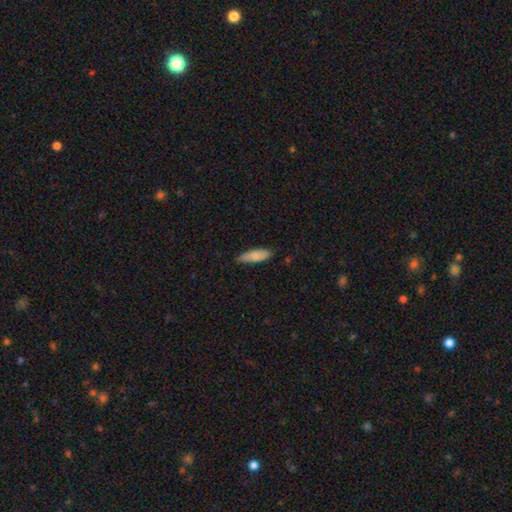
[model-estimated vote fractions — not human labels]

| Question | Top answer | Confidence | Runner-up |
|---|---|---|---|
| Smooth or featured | smooth | 83% | featured or disk (11%) |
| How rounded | in between | 52% | cigar-shaped (46%) |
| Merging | none | 78% | minor disturbance (18%) |